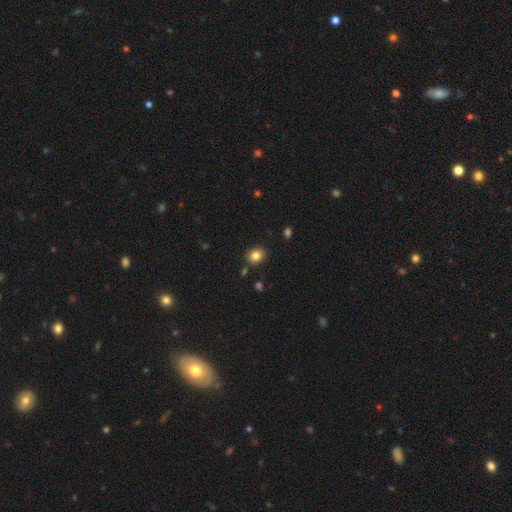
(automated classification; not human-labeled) smooth-or-featured: smooth: 83% | star or artifact: 11% | featured or disk: 6%
  how-rounded: round: 62% | in between: 37% | cigar-shaped: 1%
  merging: none: 86% | minor disturbance: 9% | merger: 3% | major disturbance: 2%